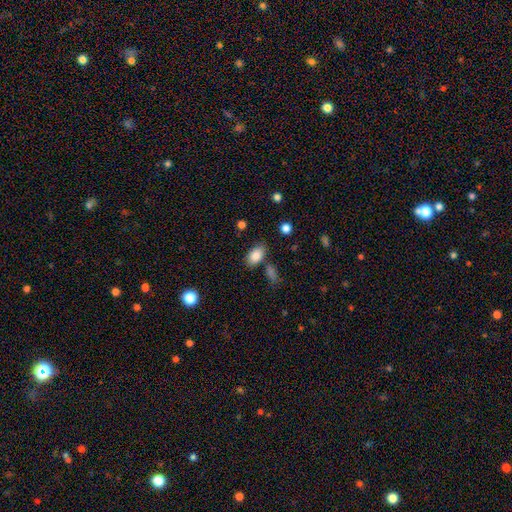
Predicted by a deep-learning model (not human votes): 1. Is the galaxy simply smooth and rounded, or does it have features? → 85% smooth, 8% star or artifact, 7% featured or disk.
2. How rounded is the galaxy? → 90% in between, 8% round, 2% cigar-shaped.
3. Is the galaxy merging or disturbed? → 75% none, 14% minor disturbance, 7% merger, 4% major disturbance.